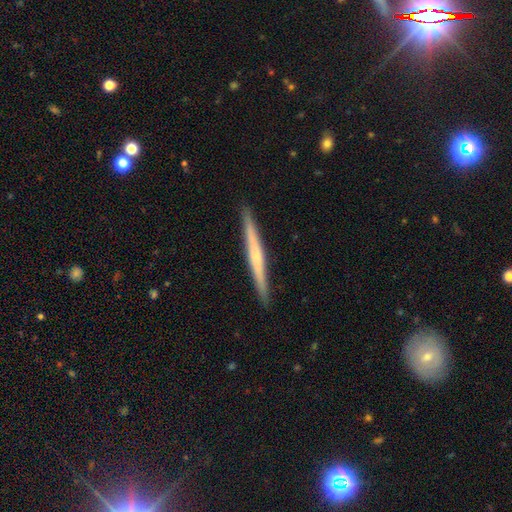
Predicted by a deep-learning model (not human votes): Smooth or featured: featured or disk — 58% (smooth — 37%)
Edge-on disk: yes — 98% (no — 2%)
Edge-on bulge: none — 52% (rounded — 40%)
Merging: none — 92% (minor disturbance — 6%)